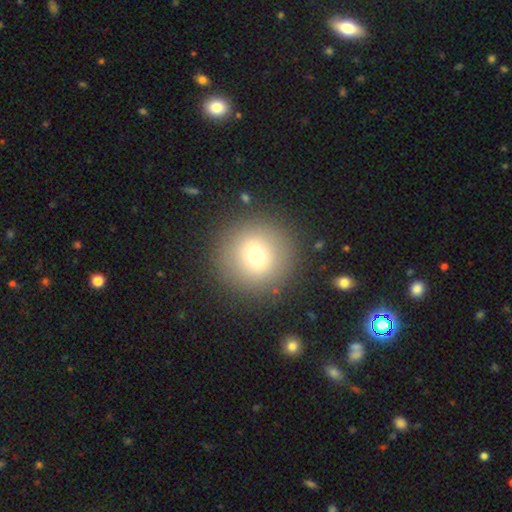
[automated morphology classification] Q: Smooth or featured?
A: smooth (73%); runner-up: featured or disk (15%)
Q: How rounded?
A: round (96%); runner-up: in between (3%)
Q: Merging?
A: none (89%); runner-up: minor disturbance (6%)